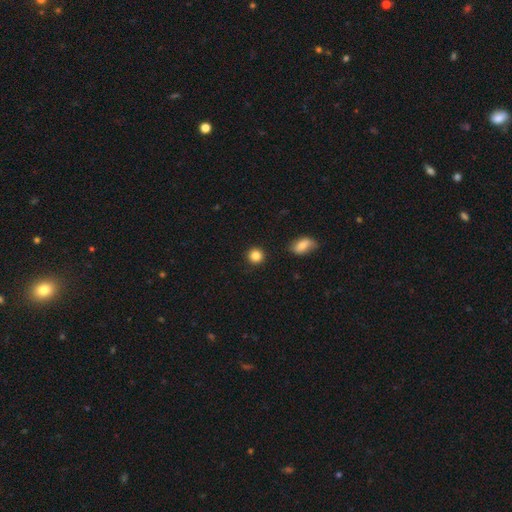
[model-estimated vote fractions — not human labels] Overall: smooth (85%). How rounded: round (92%). Merging: none (90%).